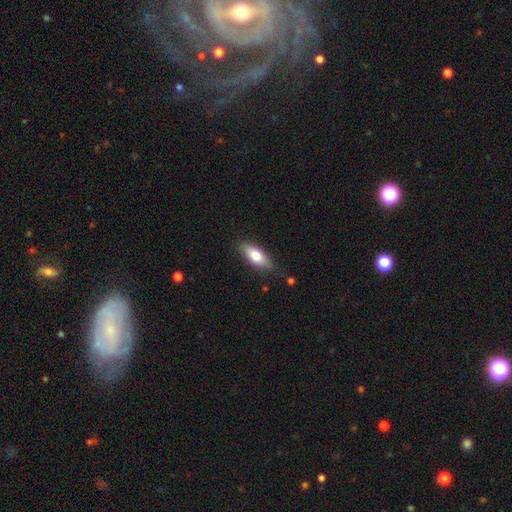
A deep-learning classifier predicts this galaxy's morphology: This appears to be a smooth galaxy with no disk features (75%) that is in between round and cigar-shaped (77%). Merging: none (83%).